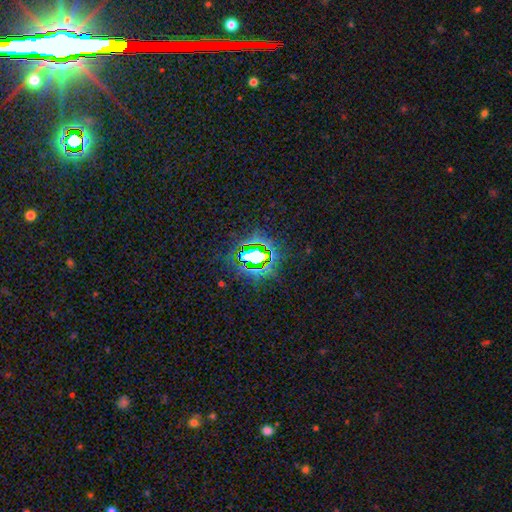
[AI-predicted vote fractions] This appears to be a star or artifact, not a galaxy (76%).